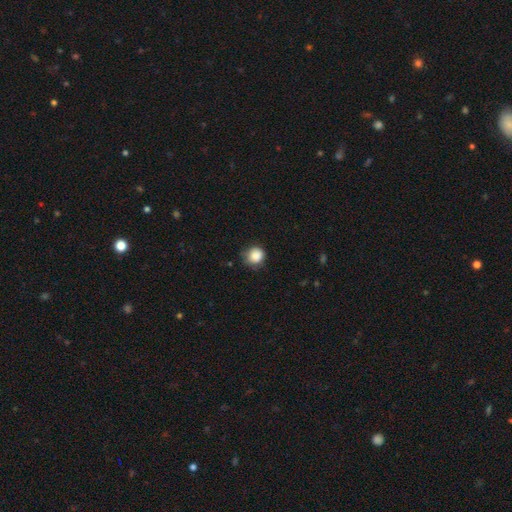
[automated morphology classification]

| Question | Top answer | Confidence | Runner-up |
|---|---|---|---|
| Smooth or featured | smooth | 86% | star or artifact (9%) |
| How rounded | round | 88% | in between (11%) |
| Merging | none | 65% | minor disturbance (27%) |